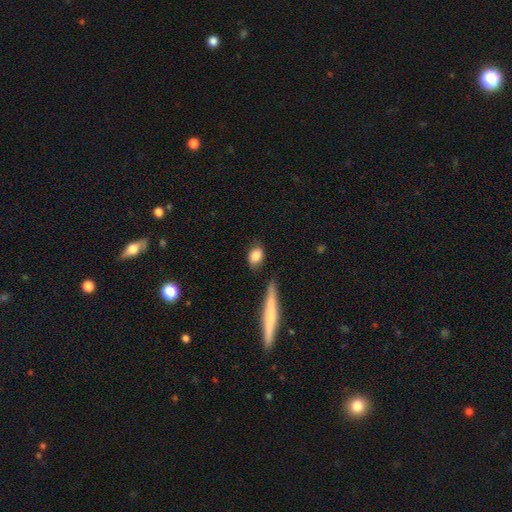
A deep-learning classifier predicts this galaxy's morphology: The model was most divided on "how rounded": in between: 71%, round: 23%, cigar-shaped: 6%. More confident: smooth or featured — smooth (83%); merging — none (75%).